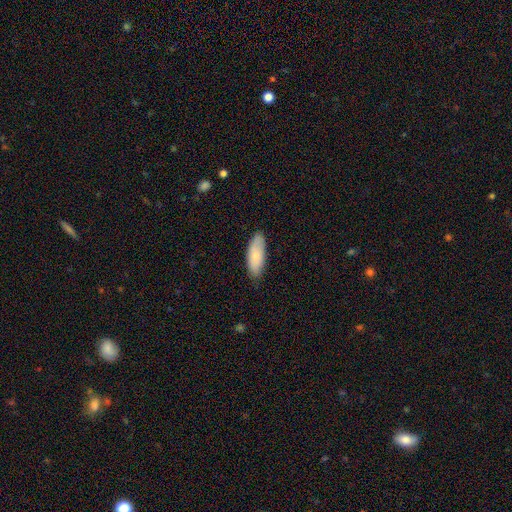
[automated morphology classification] Smooth or featured? smooth (82%)
How rounded? in between (74%)
Merging? none (78%)